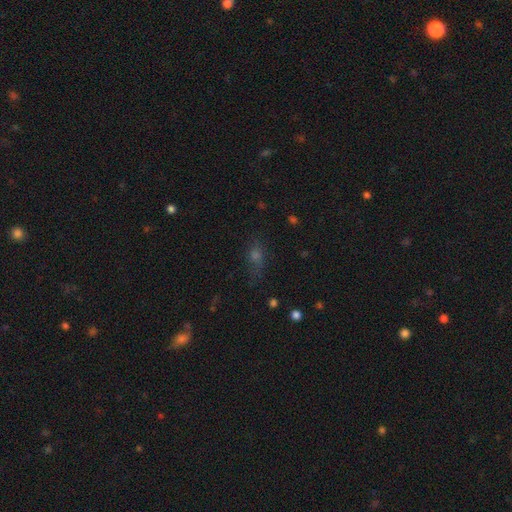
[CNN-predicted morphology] Smooth or featured?
  - smooth: 48% *
  - star or artifact: 35%
  - featured or disk: 17%
Merging?
  - none: 65% *
  - minor disturbance: 21%
  - major disturbance: 12%
  - merger: 3%